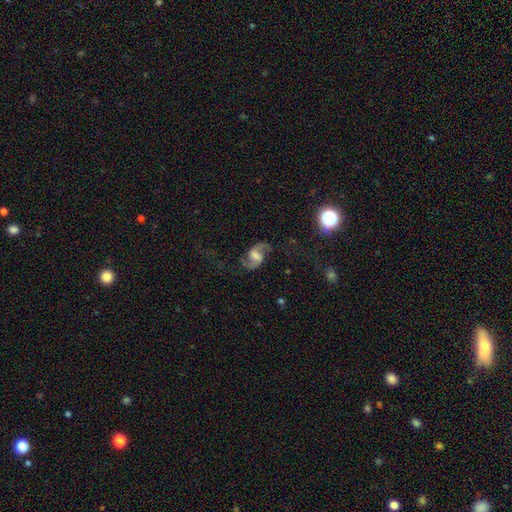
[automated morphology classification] This appears to be a featured or disk galaxy (84%) with a weak bar (52%), 2 (93%) loose (55%) spiral arms (96%) and a moderate central bulge (31%). Merging: none (74%).